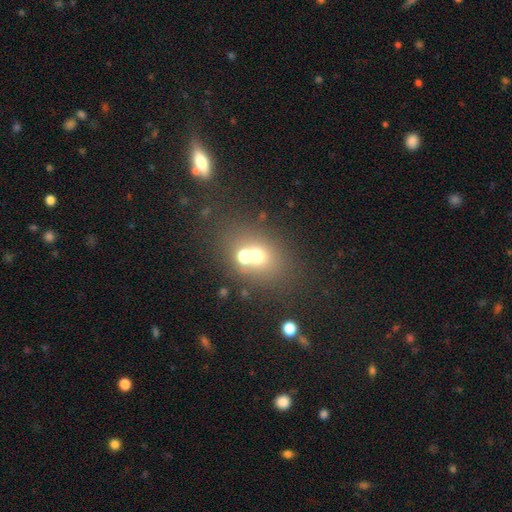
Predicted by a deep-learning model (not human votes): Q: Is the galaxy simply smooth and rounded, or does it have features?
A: smooth — 61%.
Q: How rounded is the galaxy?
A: round — 64%.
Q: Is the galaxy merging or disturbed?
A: none — 45%.